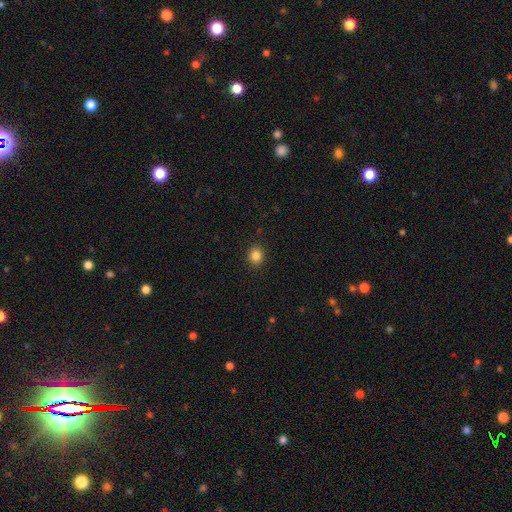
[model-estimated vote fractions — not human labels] This appears to be a smooth galaxy with no disk features (85%) that is round (78%). Merging: none (91%).